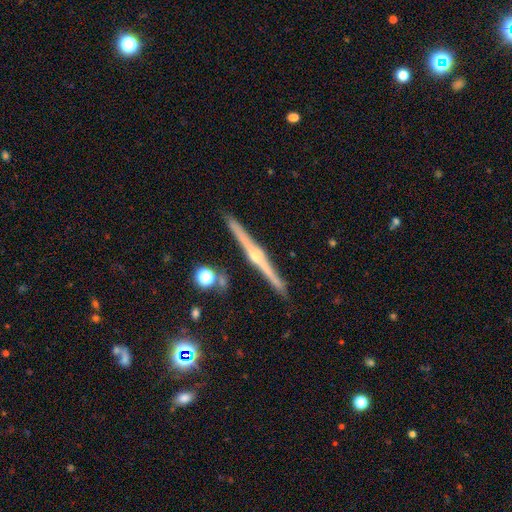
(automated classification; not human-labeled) featured or disk 83%, smooth 11%, star or artifact 6%. Down the decision tree: edge-on disk — yes (99%); edge-on bulge — rounded (90%); merging — none (90%).